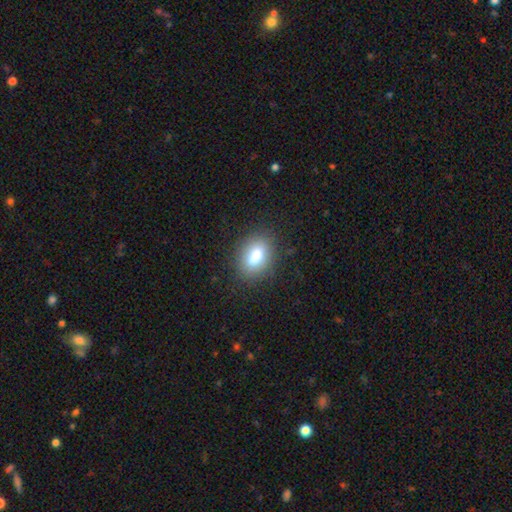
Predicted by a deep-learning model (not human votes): Smooth or featured: smooth — 79% (featured or disk — 12%)
How rounded: in between — 80% (round — 16%)
Merging: none — 81% (minor disturbance — 12%)